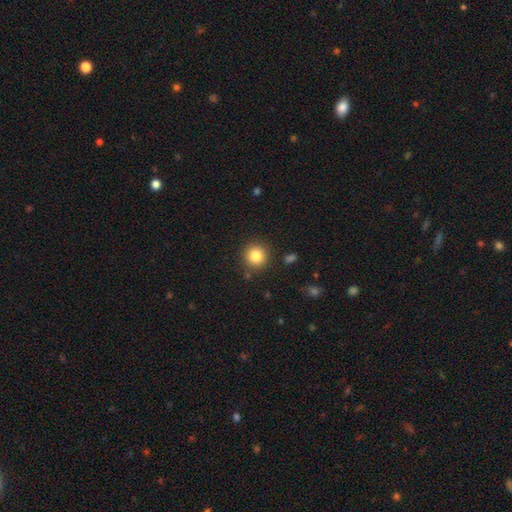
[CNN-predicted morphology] A smooth galaxy with no disk features (83%) that is round (94%). Merging: none (88%).